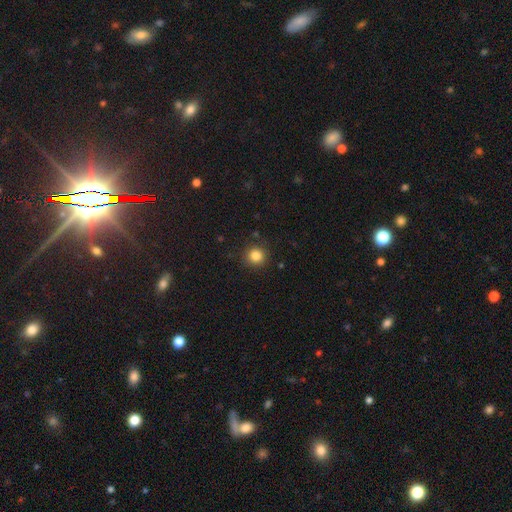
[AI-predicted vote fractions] Smooth or featured?
  - smooth: 84% *
  - star or artifact: 12%
  - featured or disk: 4%
How rounded?
  - round: 92% *
  - in between: 7%
  - cigar-shaped: 1%
Merging?
  - none: 89% *
  - minor disturbance: 7%
  - major disturbance: 2%
  - merger: 1%